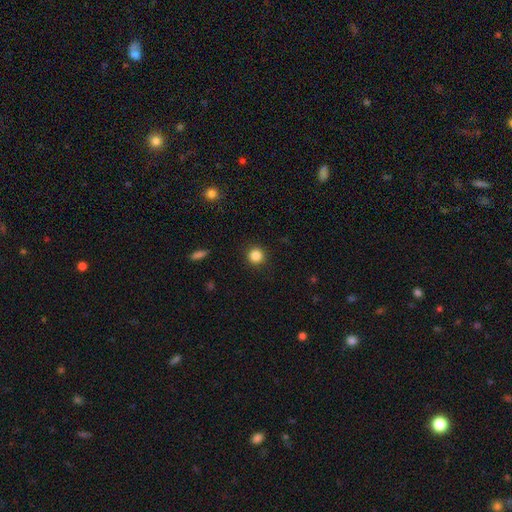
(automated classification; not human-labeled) smooth-or-featured: smooth: 85% | star or artifact: 11% | featured or disk: 4%
  how-rounded: round: 94% | in between: 5% | cigar-shaped: 1%
  merging: none: 92% | minor disturbance: 5% | major disturbance: 2% | merger: 1%